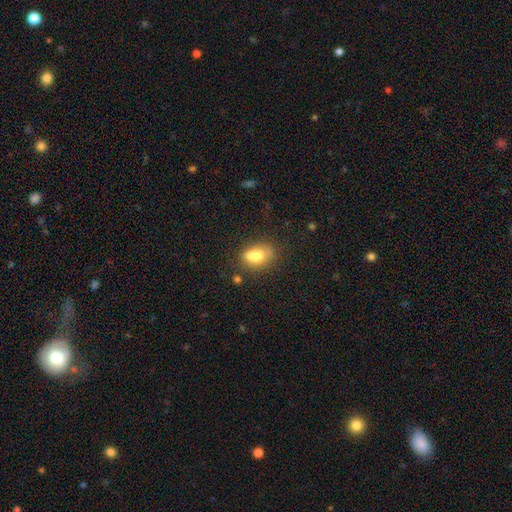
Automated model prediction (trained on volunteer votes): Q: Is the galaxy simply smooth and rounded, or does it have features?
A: smooth — 74%.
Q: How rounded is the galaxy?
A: in between — 71%.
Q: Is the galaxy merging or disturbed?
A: none — 52%.